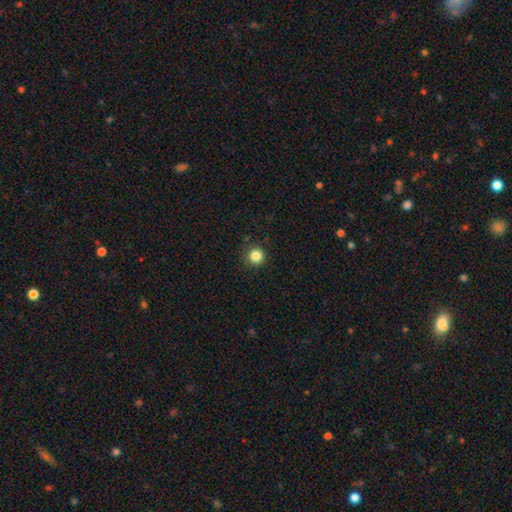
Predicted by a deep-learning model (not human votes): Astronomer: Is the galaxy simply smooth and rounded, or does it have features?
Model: smooth — 85%.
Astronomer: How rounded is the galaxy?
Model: round — 95%.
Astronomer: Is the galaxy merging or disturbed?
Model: none — 89%.